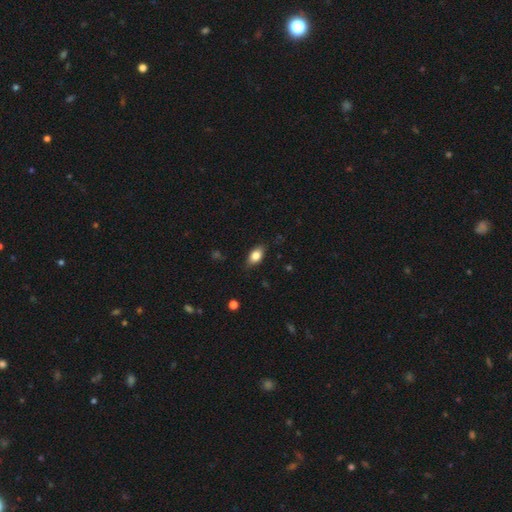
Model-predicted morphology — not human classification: Smooth or featured?
  - smooth: 82% *
  - featured or disk: 10%
  - star or artifact: 8%
How rounded?
  - in between: 87% *
  - round: 9%
  - cigar-shaped: 4%
Merging?
  - none: 82% *
  - minor disturbance: 14%
  - major disturbance: 3%
  - merger: 1%